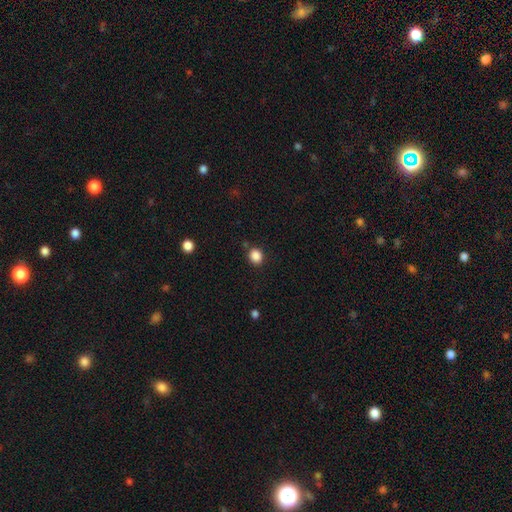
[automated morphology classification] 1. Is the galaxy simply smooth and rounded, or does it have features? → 87% smooth, 10% star or artifact, 3% featured or disk.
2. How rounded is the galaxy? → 73% round, 26% in between, 1% cigar-shaped.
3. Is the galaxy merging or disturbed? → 83% none, 10% minor disturbance, 4% merger, 3% major disturbance.